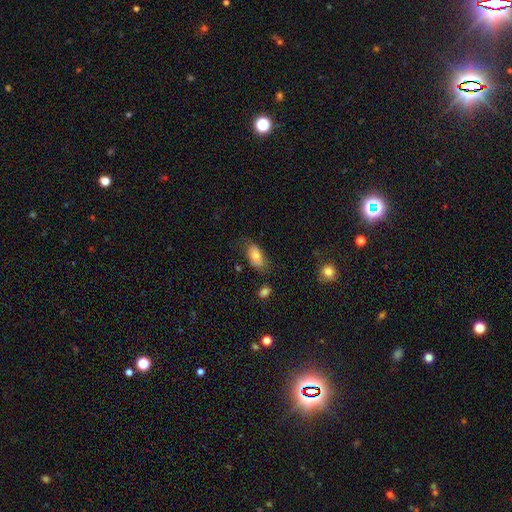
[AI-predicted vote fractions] Overall: smooth (72%). How rounded: in between (91%). Merging: none (66%).